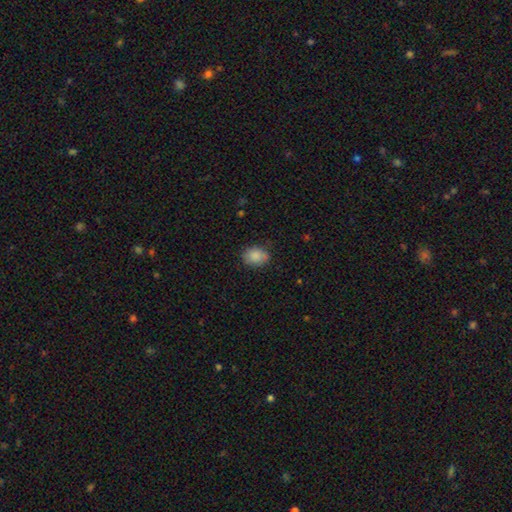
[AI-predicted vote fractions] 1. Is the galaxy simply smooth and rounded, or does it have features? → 87% smooth, 8% star or artifact, 6% featured or disk.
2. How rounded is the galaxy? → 64% in between, 35% round, 1% cigar-shaped.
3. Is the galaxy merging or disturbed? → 78% none, 17% minor disturbance, 4% major disturbance, 1% merger.